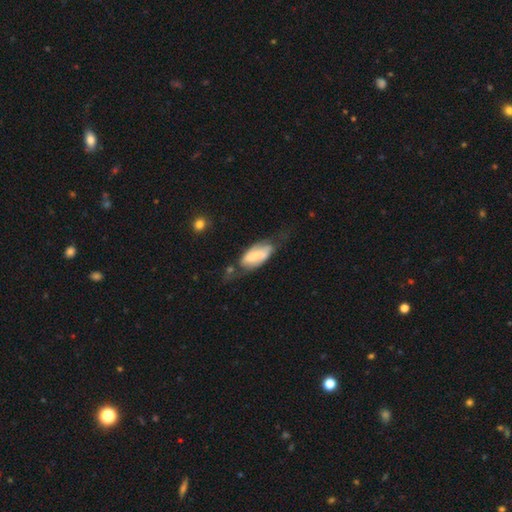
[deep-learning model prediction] Morphology: type=featured or disk (54%); edge-on=no (89%); merging=none (44%).